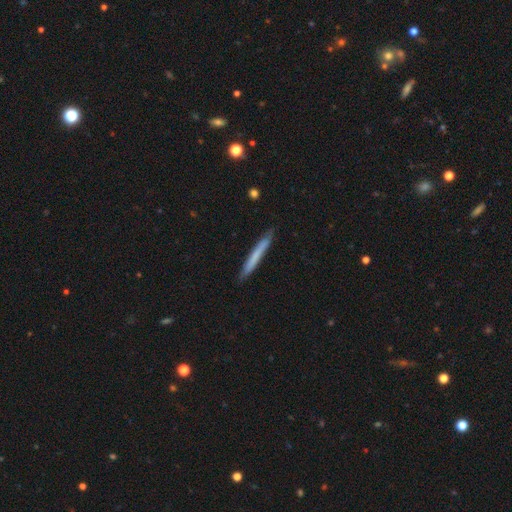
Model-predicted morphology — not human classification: type=smooth (66%); roundness=cigar-shaped (97%); merging=none (88%).